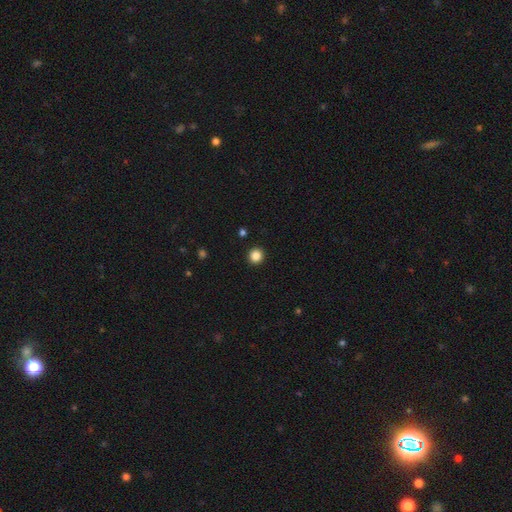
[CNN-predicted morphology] Q: Smooth or featured?
A: smooth (85%); runner-up: star or artifact (11%)
Q: How rounded?
A: round (94%); runner-up: in between (5%)
Q: Merging?
A: none (93%); runner-up: minor disturbance (4%)